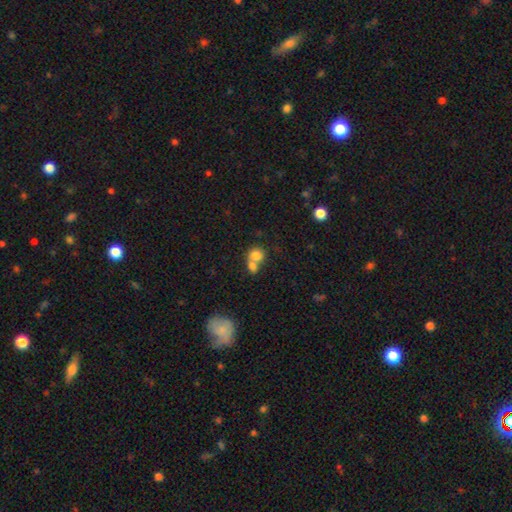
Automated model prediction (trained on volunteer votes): Smooth or featured?
  - smooth: 77% *
  - featured or disk: 13%
  - star or artifact: 10%
How rounded?
  - round: 74% *
  - in between: 25%
  - cigar-shaped: 1%
Merging?
  - merger: 64% *
  - none: 27%
  - minor disturbance: 6%
  - major disturbance: 3%